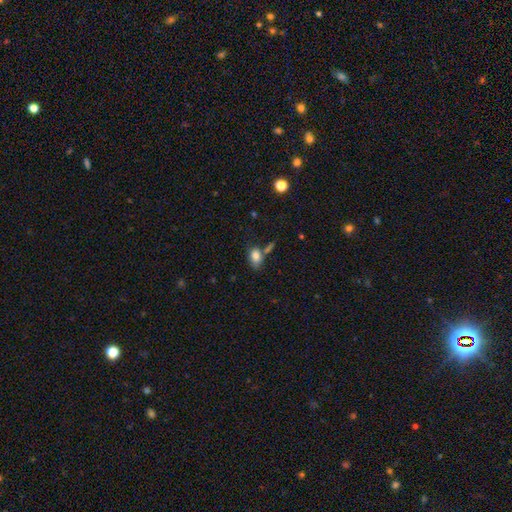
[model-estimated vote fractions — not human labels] Morphology: type=smooth (81%); roundness=in between (84%); merging=none (52%).